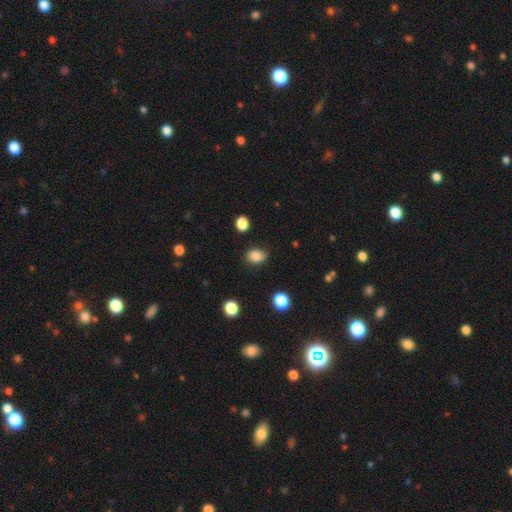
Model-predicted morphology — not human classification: A smooth galaxy with no disk features (84%) that is in between round and cigar-shaped (65%).

Vote fractions:
- Smooth or featured? smooth: 84% / star or artifact: 10% / featured or disk: 6%
- How rounded? in between: 65% / round: 34% / cigar-shaped: 1%
- Merging? none: 83% / minor disturbance: 12% / major disturbance: 3% / merger: 2%